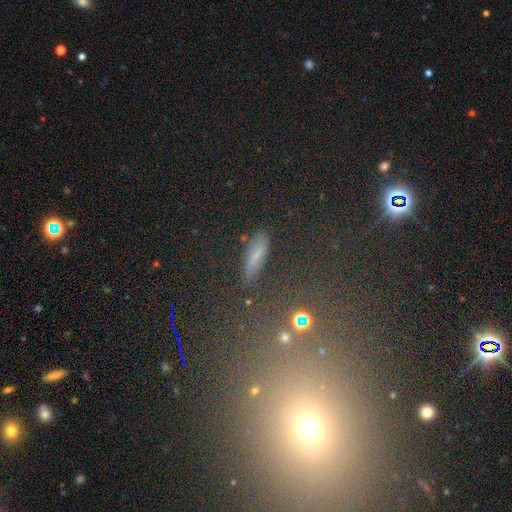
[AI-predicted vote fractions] Overall: smooth (55%; star or artifact 24%). How rounded: cigar-shaped (55%; in between 39%). Merging: none (77%).